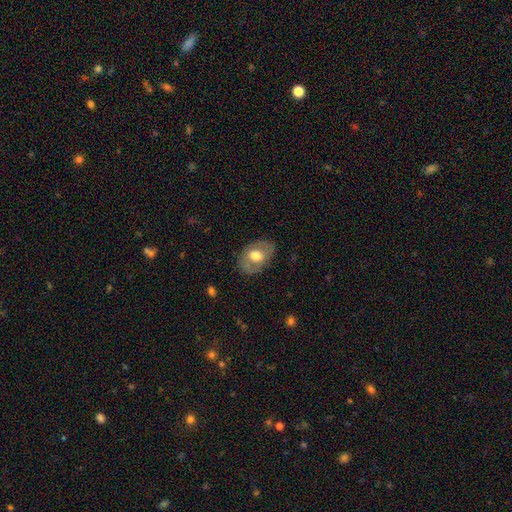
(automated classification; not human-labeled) Smooth or featured: smooth — 54% (featured or disk — 40%)
How rounded: in between — 79% (round — 20%)
Merging: none — 76% (minor disturbance — 16%)